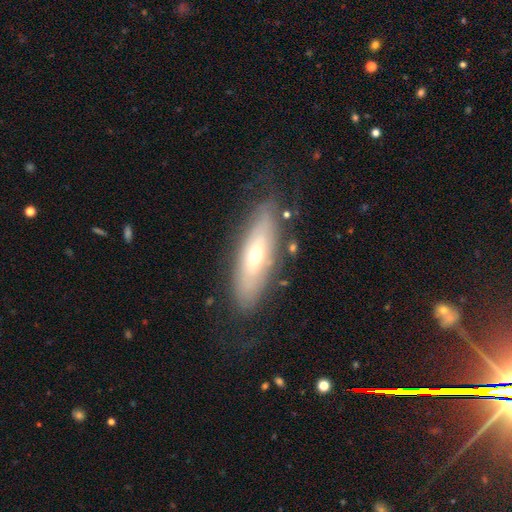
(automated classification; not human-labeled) Q: Smooth or featured?
A: featured or disk (53%); runner-up: smooth (39%)
Q: Edge-on disk?
A: no (60%); runner-up: yes (40%)
Q: Merging?
A: none (76%); runner-up: minor disturbance (16%)